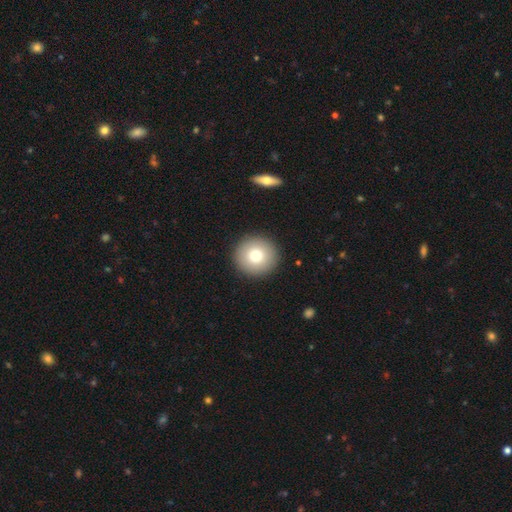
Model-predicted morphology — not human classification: Smooth or featured? smooth (77%)
How rounded? round (95%)
Merging? none (93%)